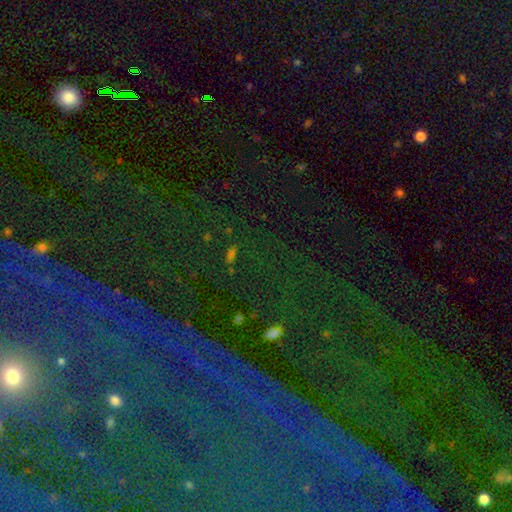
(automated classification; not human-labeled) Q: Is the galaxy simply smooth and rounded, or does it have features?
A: star or artifact — 79%.